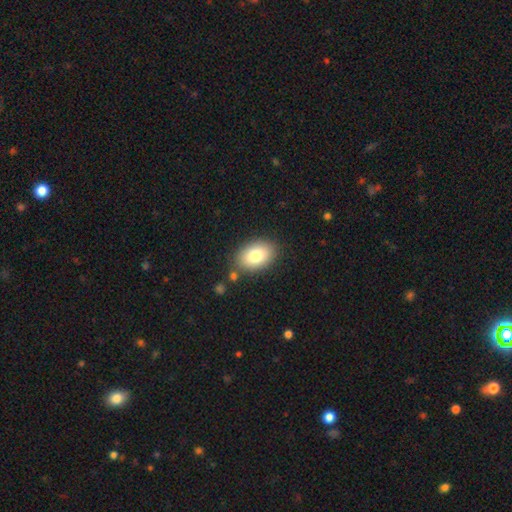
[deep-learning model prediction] Q: Smooth or featured?
A: smooth (81%); runner-up: featured or disk (11%)
Q: How rounded?
A: in between (87%); runner-up: round (12%)
Q: Merging?
A: none (82%); runner-up: minor disturbance (11%)